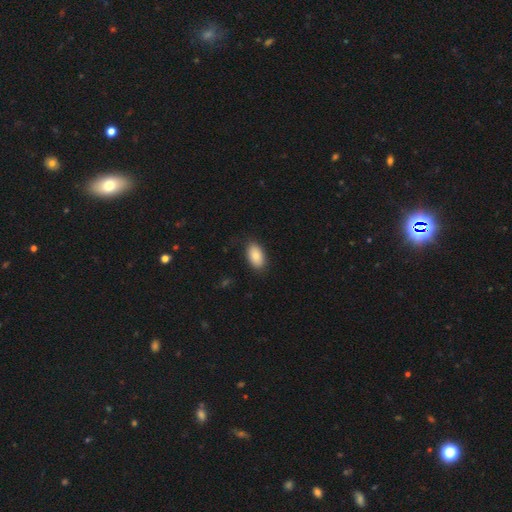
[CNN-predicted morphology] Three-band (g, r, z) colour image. It shows a smooth galaxy with no disk features (87%) that is in between round and cigar-shaped (93%). Merging: none (84%).